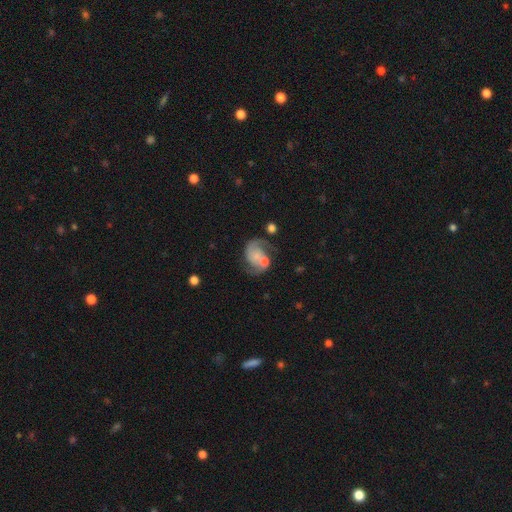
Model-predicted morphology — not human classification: Overall: featured or disk (79%). Edge-on disk: no (98%). Bar: no (71%). Spiral arms: yes (94%). Spiral arm count: 2 (85%). Spiral winding: medium (49%; loose 34%). Bulge size: small (45%; none 25%). Merging: none (43%; merger 26%).